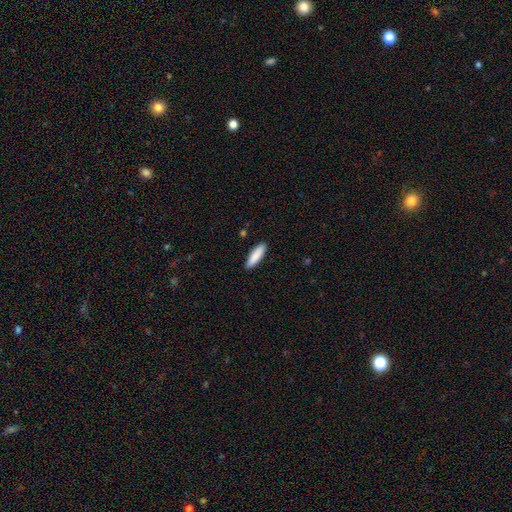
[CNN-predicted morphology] Q: Smooth or featured?
A: smooth (89%); runner-up: featured or disk (6%)
Q: How rounded?
A: cigar-shaped (57%); runner-up: in between (41%)
Q: Merging?
A: none (89%); runner-up: minor disturbance (8%)